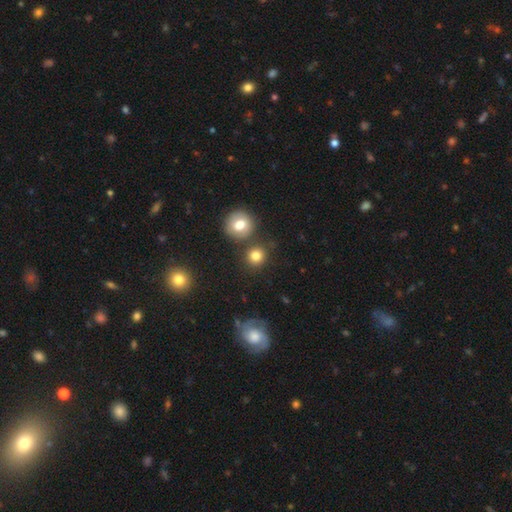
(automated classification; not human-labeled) This is clearly a smooth galaxy (81%). How rounded: clearly round (87%). Merging: likely none (78%).